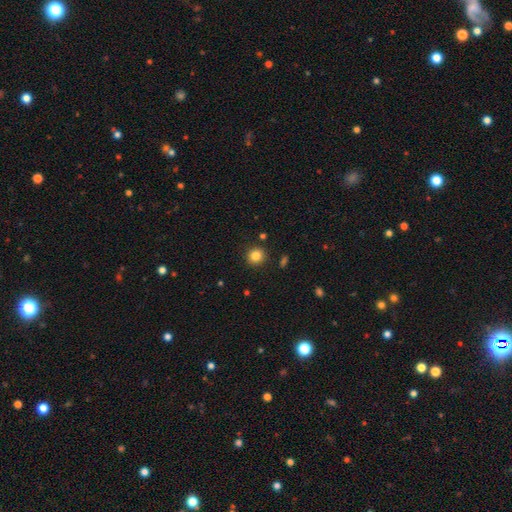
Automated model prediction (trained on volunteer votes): smooth_or_featured: smooth (p=0.84) [alt: star or artifact p=0.11]
how_rounded: round (p=0.90) [alt: in between p=0.09]
merging: none (p=0.90) [alt: minor disturbance p=0.06]